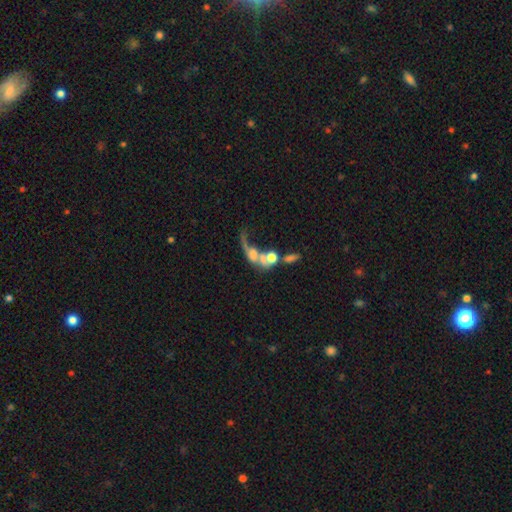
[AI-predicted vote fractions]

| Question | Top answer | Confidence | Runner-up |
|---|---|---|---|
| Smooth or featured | featured or disk | 48% | smooth (36%) |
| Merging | merger | 48% | major disturbance (30%) |